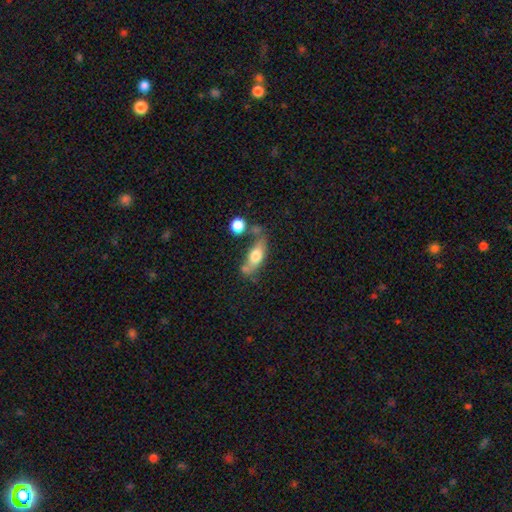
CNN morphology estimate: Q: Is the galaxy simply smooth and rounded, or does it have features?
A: smooth — 60%.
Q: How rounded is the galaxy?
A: in between — 64%.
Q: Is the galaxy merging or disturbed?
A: none — 48%.